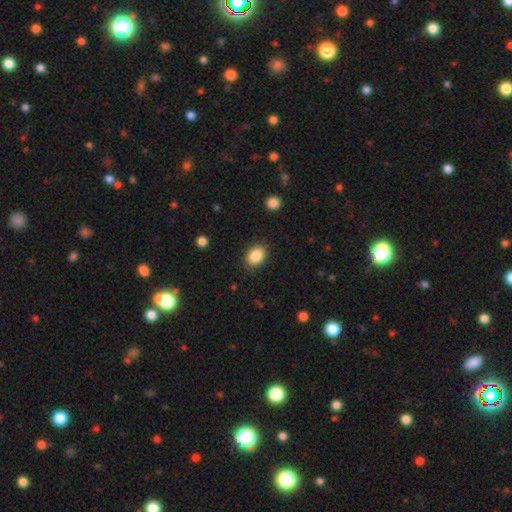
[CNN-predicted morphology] smooth 87%, star or artifact 8%, featured or disk 5%. Down the decision tree: how rounded — in between (68%); merging — none (86%).